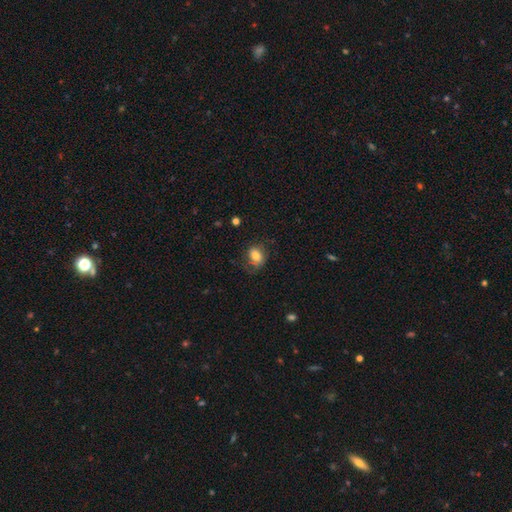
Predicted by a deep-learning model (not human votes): Smooth or featured? smooth (77%)
How rounded? in between (70%)
Merging? none (61%)